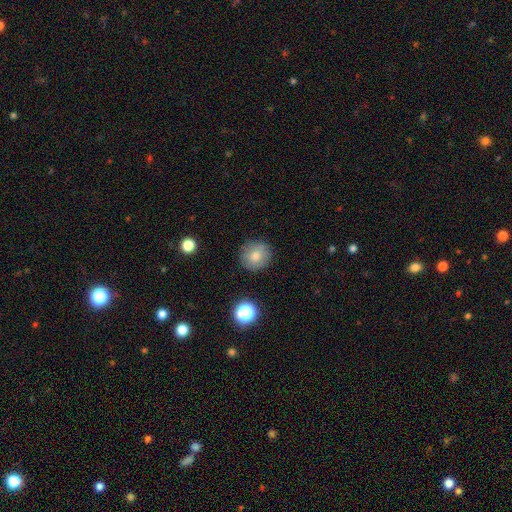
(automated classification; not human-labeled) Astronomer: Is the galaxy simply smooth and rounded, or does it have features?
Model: smooth — 77%.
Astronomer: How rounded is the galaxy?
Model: round — 90%.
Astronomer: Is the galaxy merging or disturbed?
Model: none — 85%.